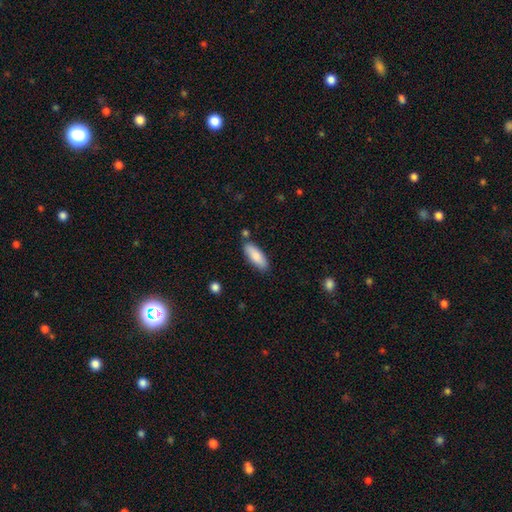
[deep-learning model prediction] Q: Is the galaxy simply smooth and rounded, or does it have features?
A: smooth — 85%.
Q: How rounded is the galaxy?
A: in between — 65%.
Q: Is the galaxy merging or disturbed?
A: none — 82%.